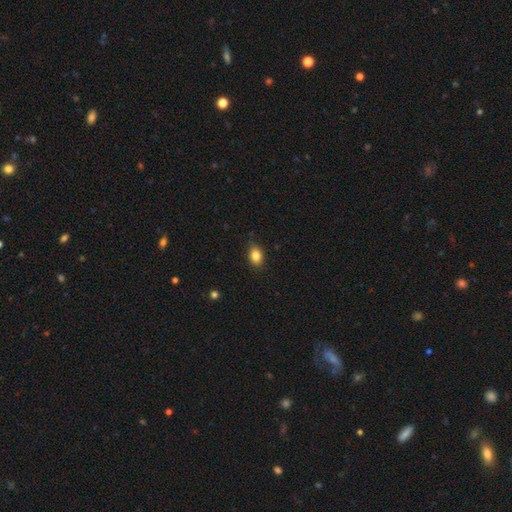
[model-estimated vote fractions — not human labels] smooth_or_featured: smooth (p=0.84) [alt: star or artifact p=0.10]
how_rounded: in between (p=0.72) [alt: round p=0.27]
merging: none (p=0.81) [alt: minor disturbance p=0.15]